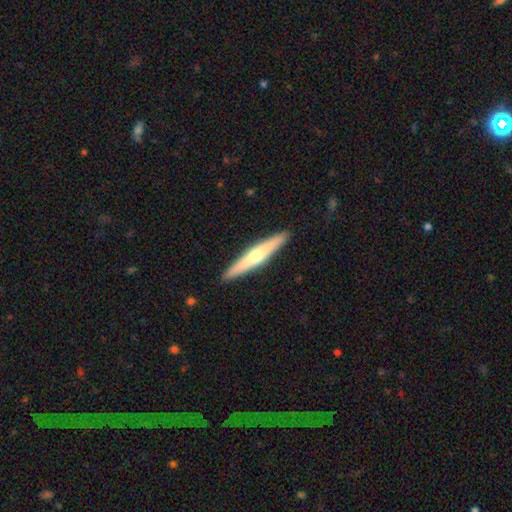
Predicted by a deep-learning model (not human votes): The model was most divided on "smooth or featured": featured or disk: 52%, smooth: 43%, star or artifact: 5%. More confident: edge-on disk — yes (95%); merging — none (92%).